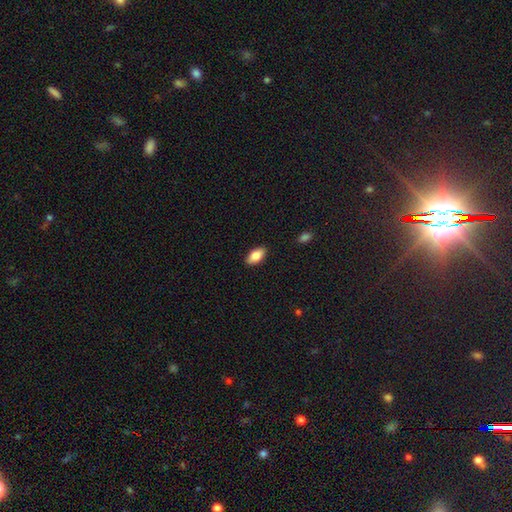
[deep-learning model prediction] smooth 83%, featured or disk 10%, star or artifact 7%. Down the decision tree: how rounded — in between (92%); merging — none (89%).